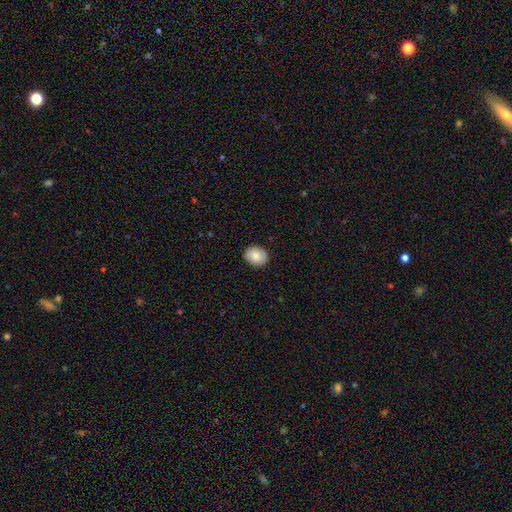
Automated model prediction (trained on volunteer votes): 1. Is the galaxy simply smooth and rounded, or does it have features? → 82% smooth, 10% featured or disk, 8% star or artifact.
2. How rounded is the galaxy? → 65% round, 34% in between, 1% cigar-shaped.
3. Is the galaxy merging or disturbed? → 89% none, 8% minor disturbance, 2% major disturbance, 1% merger.